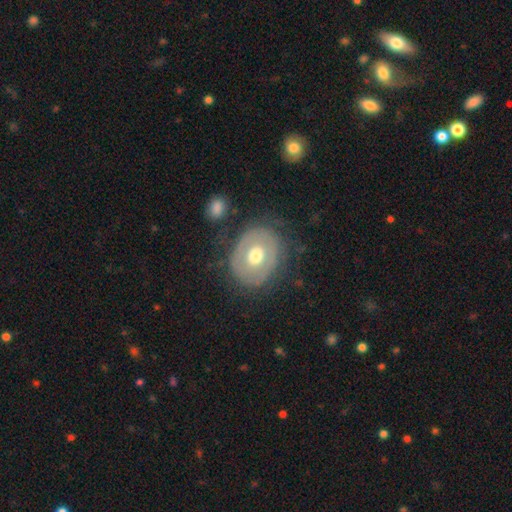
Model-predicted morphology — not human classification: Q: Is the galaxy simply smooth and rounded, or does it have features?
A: featured or disk — 50%.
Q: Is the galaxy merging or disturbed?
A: none — 74%.